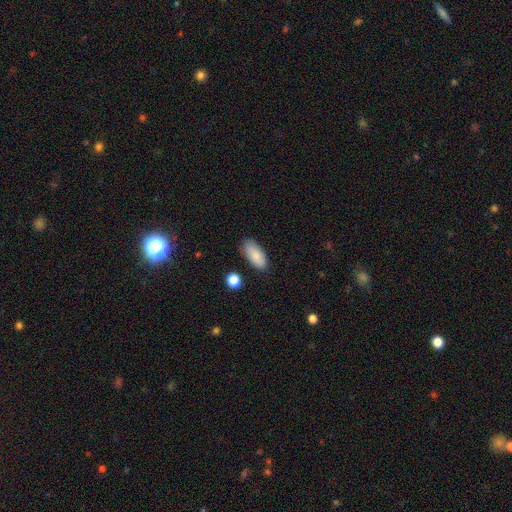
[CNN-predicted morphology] This is clearly a smooth galaxy (85%). How rounded: clearly in between (89%). Merging: likely none (80%).